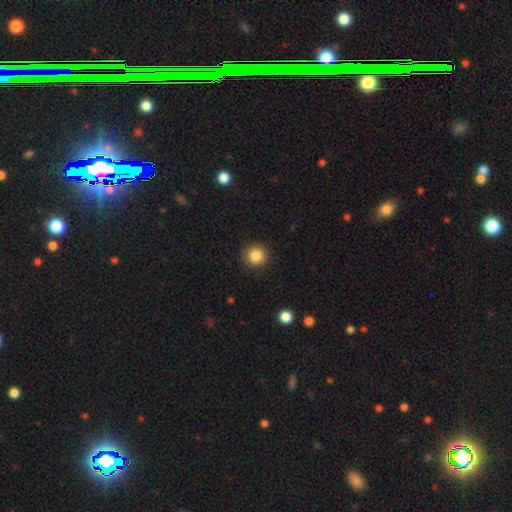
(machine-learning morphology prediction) smooth-or-featured: smooth: 85% | star or artifact: 10% | featured or disk: 5%
  how-rounded: round: 92% | in between: 7% | cigar-shaped: 1%
  merging: none: 91% | minor disturbance: 6% | major disturbance: 2% | merger: 1%